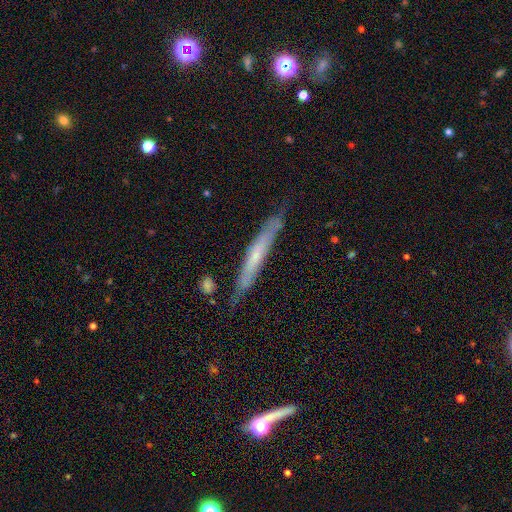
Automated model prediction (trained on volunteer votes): This appears to be a featured or disk galaxy (54%) viewed edge-on (86%). Merging: none (76%).